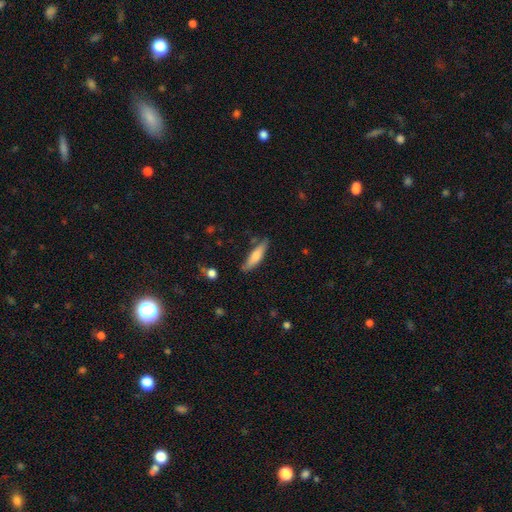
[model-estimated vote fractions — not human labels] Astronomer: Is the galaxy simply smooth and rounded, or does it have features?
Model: smooth — 70%.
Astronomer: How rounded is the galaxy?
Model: cigar-shaped — 72%.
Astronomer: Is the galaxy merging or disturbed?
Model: none — 79%.